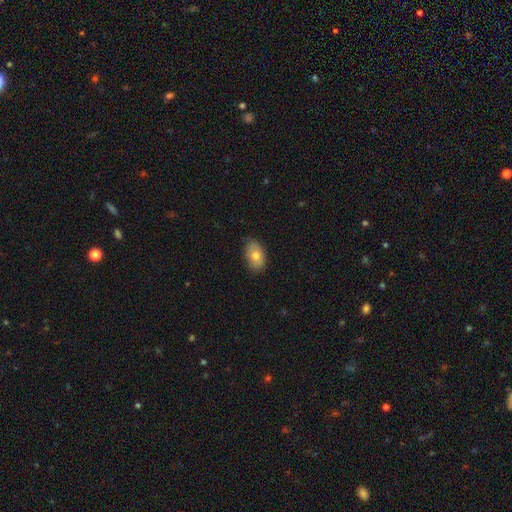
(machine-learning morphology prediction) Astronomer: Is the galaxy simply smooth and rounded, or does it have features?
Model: smooth — 76%.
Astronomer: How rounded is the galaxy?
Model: in between — 88%.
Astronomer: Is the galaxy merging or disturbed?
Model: none — 81%.